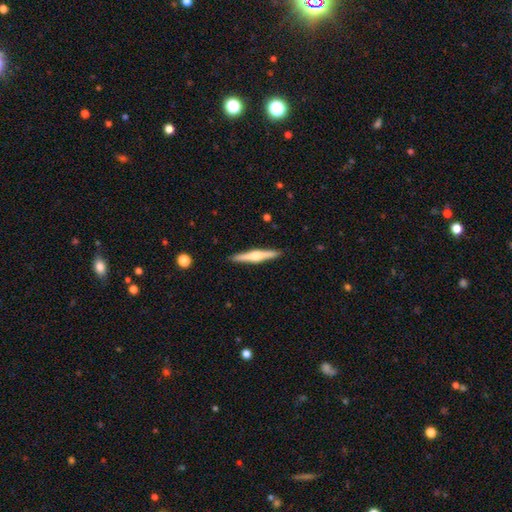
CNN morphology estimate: Smooth or featured? Predicted: featured or disk (p=0.65). Edge-on disk? Predicted: yes (p=0.98). Edge-on bulge? Predicted: rounded (p=0.84). Merging? Predicted: none (p=0.91).